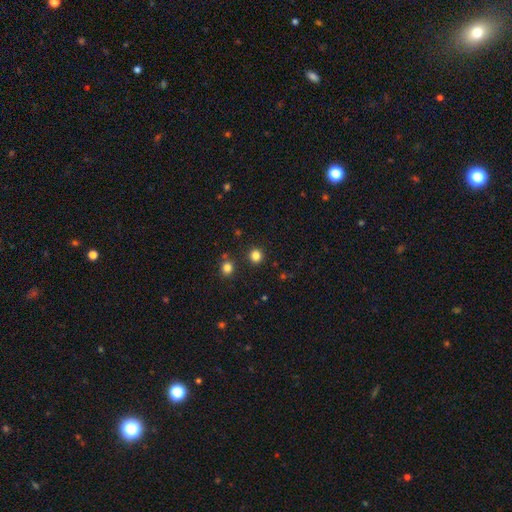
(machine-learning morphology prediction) Smooth or featured? Predicted: smooth (p=0.83). How rounded? Predicted: round (p=0.89). Merging? Predicted: none (p=0.89).